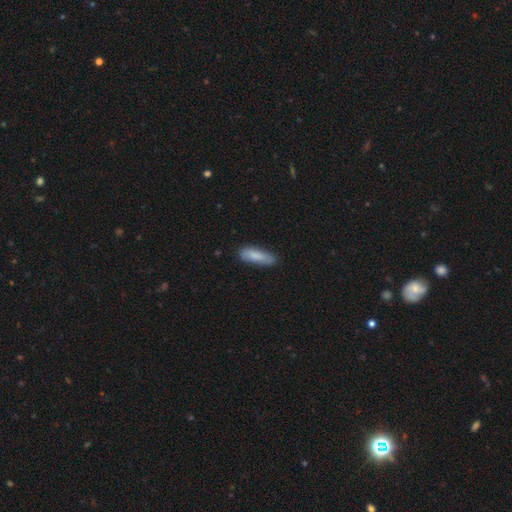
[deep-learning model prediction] The model was most divided on "how rounded": cigar-shaped: 53%, in between: 46%, round: 2%. More confident: smooth or featured — smooth (84%); merging — none (78%).